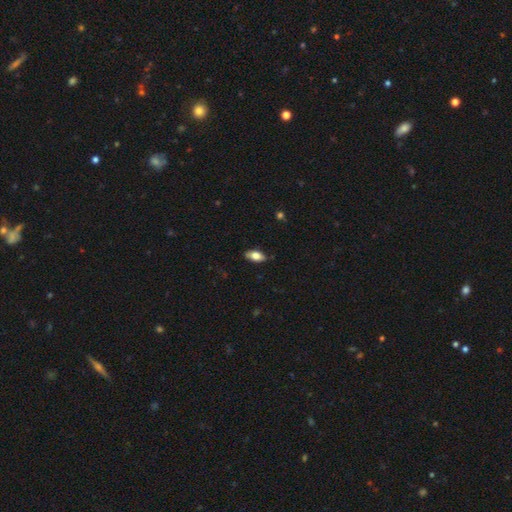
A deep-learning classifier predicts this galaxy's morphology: Overall: smooth (76%). How rounded: in between (88%). Merging: none (84%).